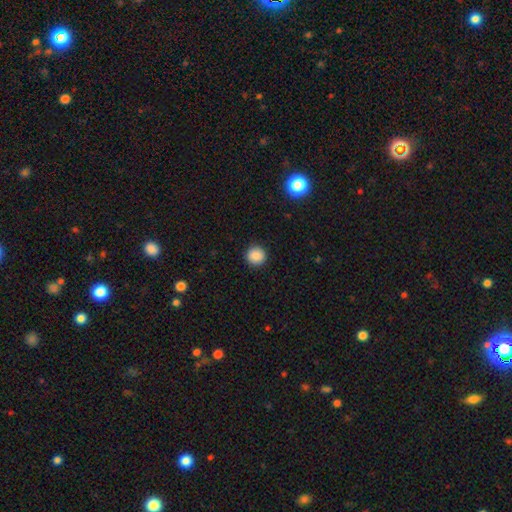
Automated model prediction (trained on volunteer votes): Smooth or featured: smooth — 87% (star or artifact — 10%)
How rounded: round — 95% (in between — 4%)
Merging: none — 92% (minor disturbance — 6%)